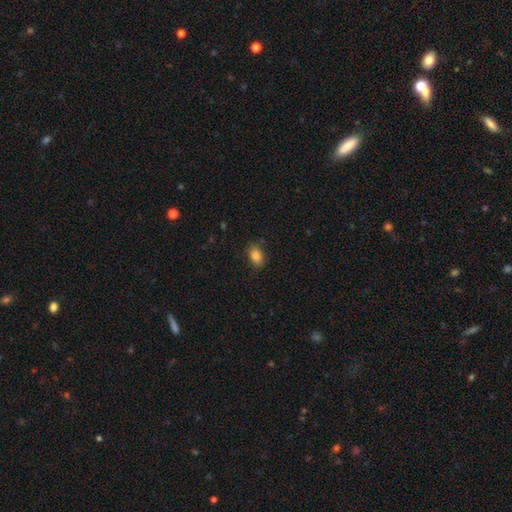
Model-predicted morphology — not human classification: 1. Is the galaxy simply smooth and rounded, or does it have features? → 86% smooth, 9% star or artifact, 5% featured or disk.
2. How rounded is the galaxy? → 84% in between, 14% round, 2% cigar-shaped.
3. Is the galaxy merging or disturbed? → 83% none, 12% minor disturbance, 3% major disturbance, 1% merger.